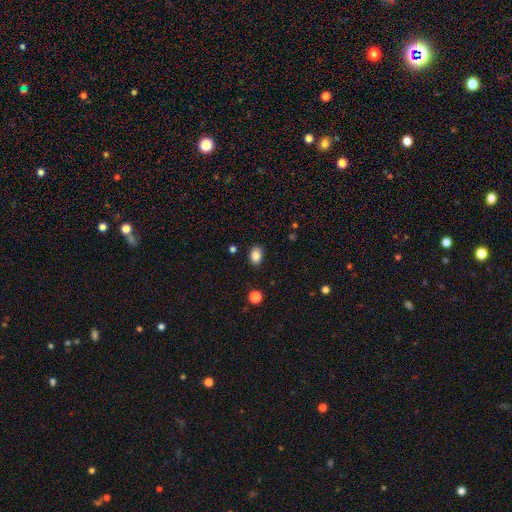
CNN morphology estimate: smooth-or-featured: smooth: 86% | star or artifact: 10% | featured or disk: 4%
  how-rounded: in between: 72% | round: 27% | cigar-shaped: 1%
  merging: none: 86% | minor disturbance: 10% | major disturbance: 3% | merger: 2%